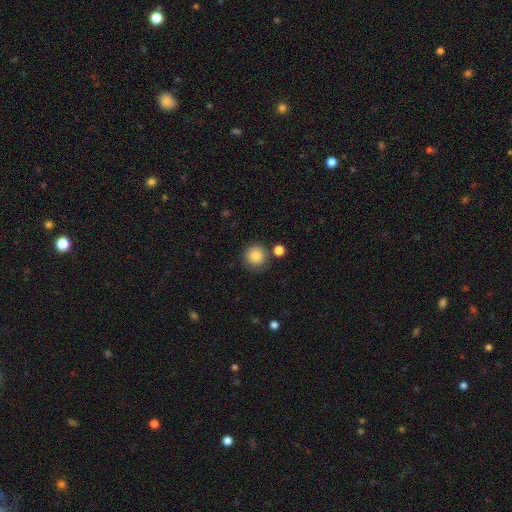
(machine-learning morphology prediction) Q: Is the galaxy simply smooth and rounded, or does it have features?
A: smooth — 86%.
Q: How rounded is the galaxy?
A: round — 93%.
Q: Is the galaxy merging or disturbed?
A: none — 81%.